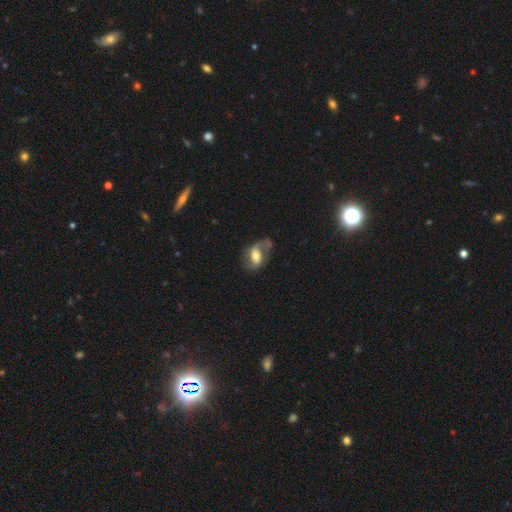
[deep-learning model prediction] Morphology: type=featured or disk (60%); edge-on=no (95%); bar=weak (39%); spiral arms=yes (78%); bulge=moderate (56%); merging=none (45%).